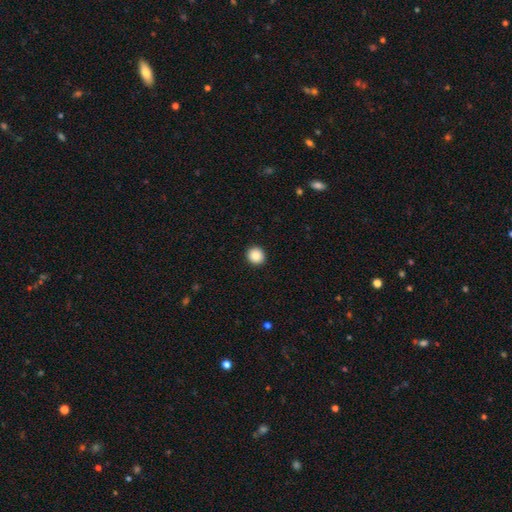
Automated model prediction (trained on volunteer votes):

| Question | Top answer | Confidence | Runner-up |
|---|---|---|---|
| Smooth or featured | smooth | 88% | star or artifact (9%) |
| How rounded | round | 91% | in between (8%) |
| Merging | none | 93% | minor disturbance (5%) |